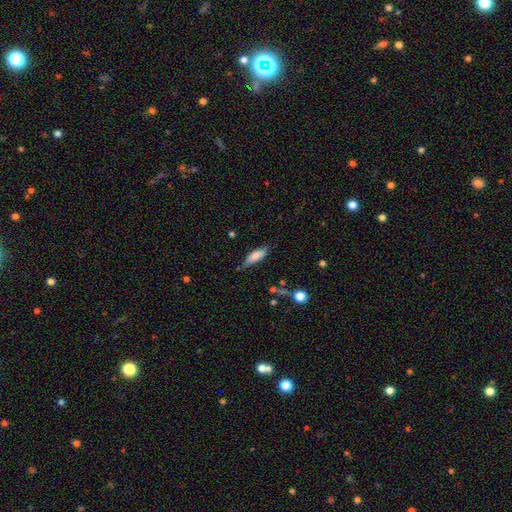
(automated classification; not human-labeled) A smooth galaxy with no disk features (78%) that is in between round and cigar-shaped (54%).

Vote fractions:
- Smooth or featured? smooth: 78% / featured or disk: 15% / star or artifact: 7%
- How rounded? in between: 54% / cigar-shaped: 44% / round: 2%
- Merging? none: 71% / minor disturbance: 22% / major disturbance: 4% / merger: 3%